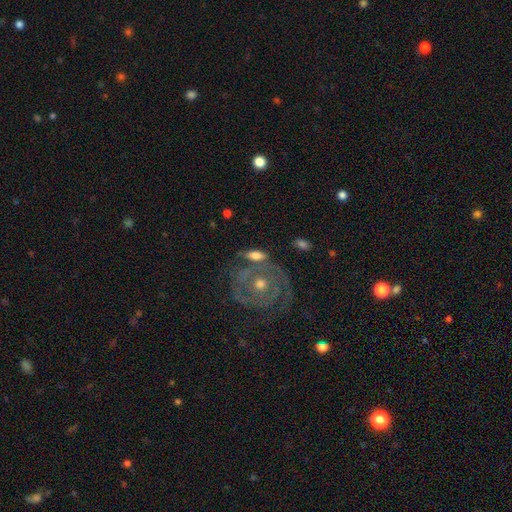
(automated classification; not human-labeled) This appears to be a featured or disk galaxy (47%). Merging: none (59%).